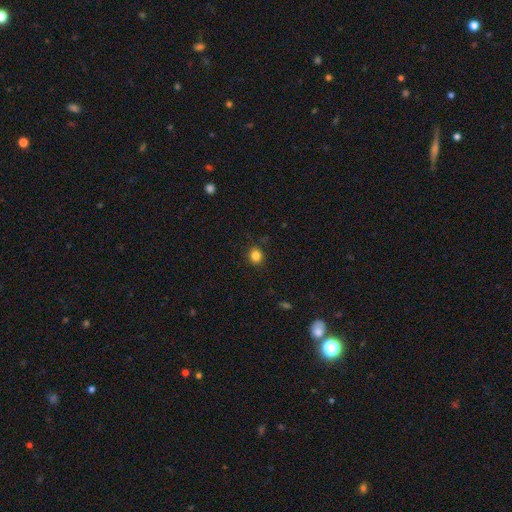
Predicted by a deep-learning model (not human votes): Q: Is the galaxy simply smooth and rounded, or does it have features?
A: smooth — 83%.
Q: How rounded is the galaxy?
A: round — 86%.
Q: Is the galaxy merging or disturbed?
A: none — 90%.